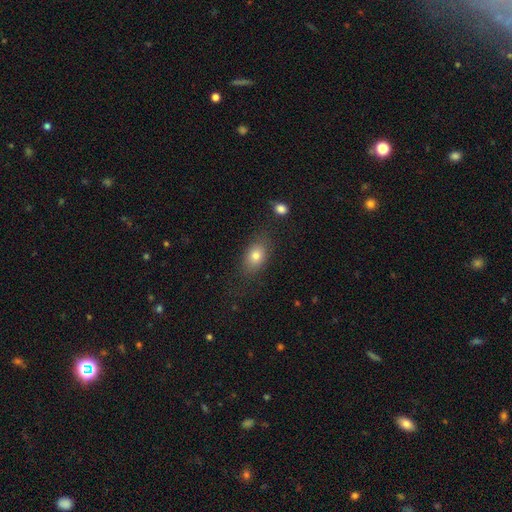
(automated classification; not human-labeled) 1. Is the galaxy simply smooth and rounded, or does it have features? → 78% smooth, 12% featured or disk, 10% star or artifact.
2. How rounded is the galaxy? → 79% in between, 18% round, 3% cigar-shaped.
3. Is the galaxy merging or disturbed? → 75% none, 16% minor disturbance, 6% major disturbance, 3% merger.